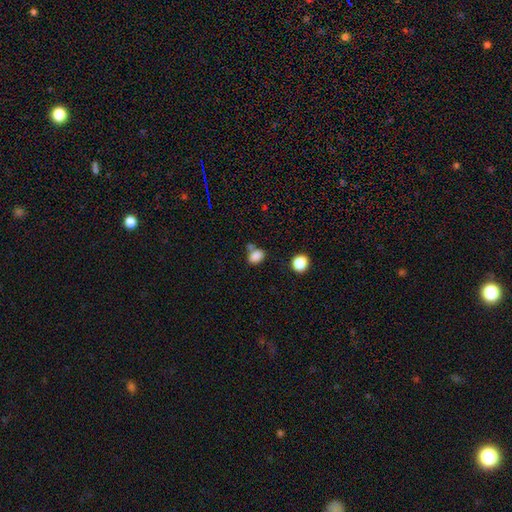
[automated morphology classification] Smooth or featured: smooth — 84% (star or artifact — 11%)
How rounded: in between — 73% (round — 25%)
Merging: none — 55% (merger — 24%)